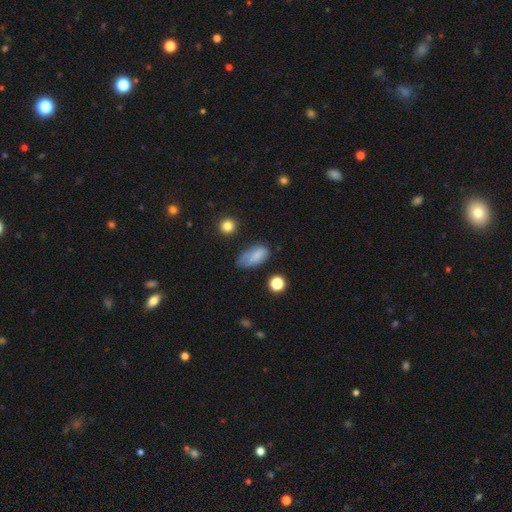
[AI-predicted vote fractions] smooth_or_featured: smooth (p=0.81) [alt: featured or disk p=0.10]
how_rounded: in between (p=0.90) [alt: cigar-shaped p=0.05]
merging: none (p=0.51) [alt: minor disturbance p=0.35]